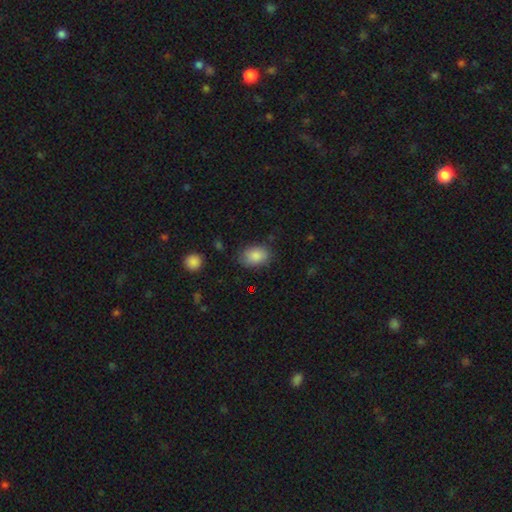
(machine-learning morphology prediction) smooth_or_featured: smooth (p=0.86) [alt: star or artifact p=0.08]
how_rounded: in between (p=0.82) [alt: round p=0.16]
merging: none (p=0.74) [alt: minor disturbance p=0.20]